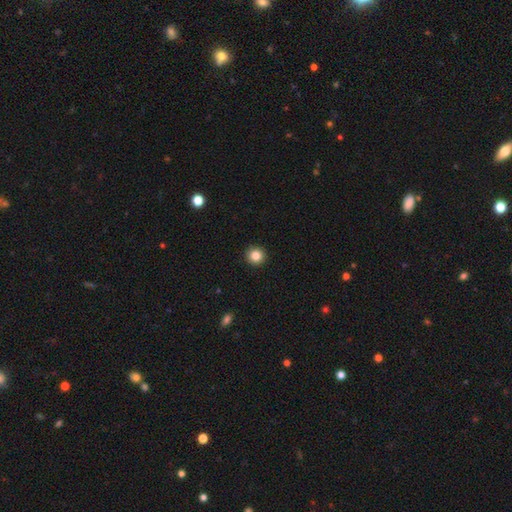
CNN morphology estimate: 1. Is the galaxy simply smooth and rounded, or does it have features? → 85% smooth, 10% star or artifact, 5% featured or disk.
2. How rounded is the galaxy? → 95% round, 4% in between, 1% cigar-shaped.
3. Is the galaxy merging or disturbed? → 94% none, 4% minor disturbance, 1% major disturbance, 1% merger.